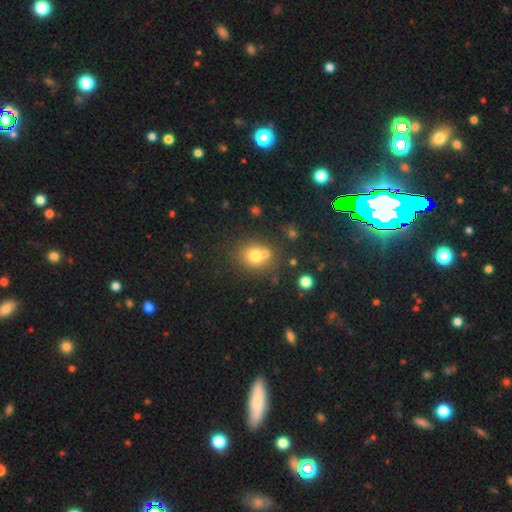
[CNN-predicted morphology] type=smooth (71%); roundness=round (72%); merging=none (53%).